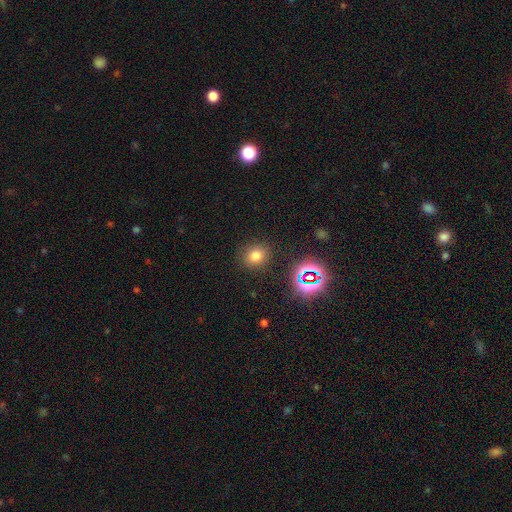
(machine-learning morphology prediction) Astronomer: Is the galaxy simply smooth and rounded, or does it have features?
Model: smooth — 72%.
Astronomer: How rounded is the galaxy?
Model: round — 74%.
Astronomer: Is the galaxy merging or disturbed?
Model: none — 87%.